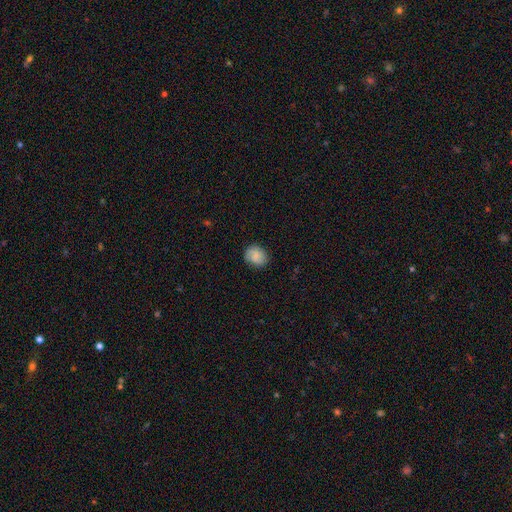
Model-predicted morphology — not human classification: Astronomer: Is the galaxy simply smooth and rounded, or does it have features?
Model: smooth — 76%.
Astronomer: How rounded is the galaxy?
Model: round — 62% (runner-up: in between, 37%).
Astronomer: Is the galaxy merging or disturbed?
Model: none — 79%.